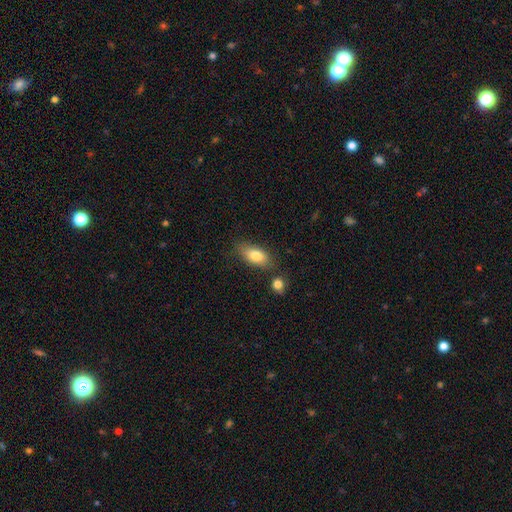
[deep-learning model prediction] This appears to be a smooth galaxy with no disk features (81%) that is in between round and cigar-shaped (85%). Merging: none (72%).